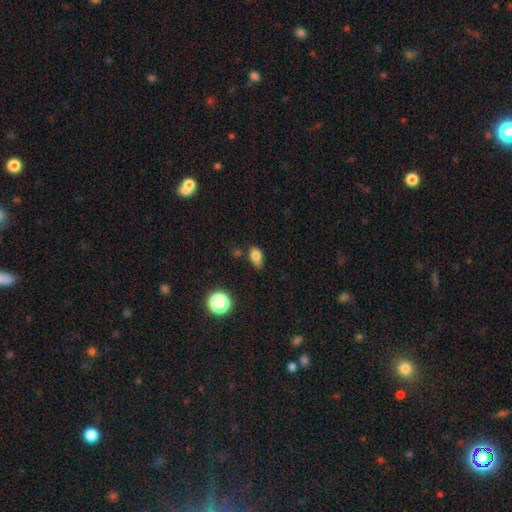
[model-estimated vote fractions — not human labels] Smooth or featured? Predicted: smooth (p=0.80). How rounded? Predicted: in between (p=0.83). Merging? Predicted: none (p=0.60).